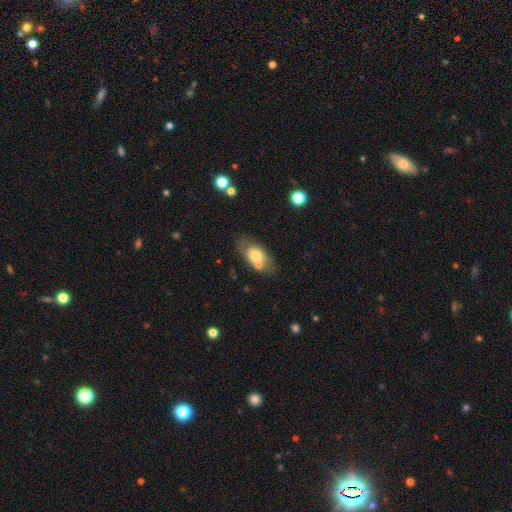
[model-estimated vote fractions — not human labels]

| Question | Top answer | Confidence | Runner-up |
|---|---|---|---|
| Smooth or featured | smooth | 65% | featured or disk (27%) |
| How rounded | in between | 86% | round (10%) |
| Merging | none | 58% | merger (20%) |